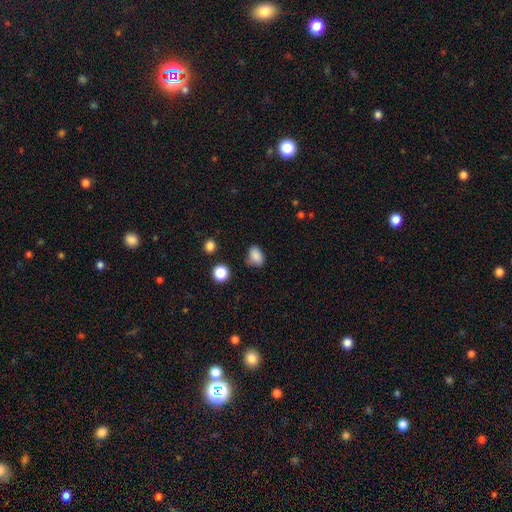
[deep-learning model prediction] This is clearly a smooth galaxy (85%). How rounded: likely in between (70%). Merging: likely none (66%).